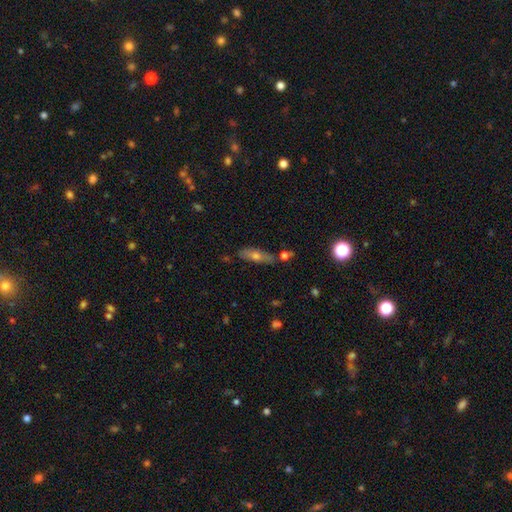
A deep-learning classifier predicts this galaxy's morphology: Overall: smooth (53%; featured or disk 37%). How rounded: cigar-shaped (55%; in between 40%). Merging: none (73%).